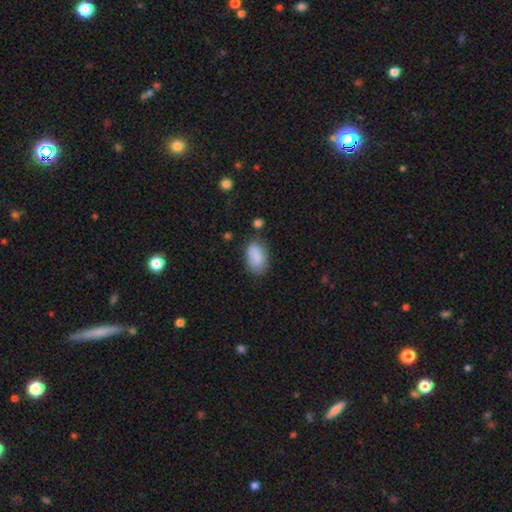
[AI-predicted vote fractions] smooth 85%, star or artifact 7%, featured or disk 7%. Down the decision tree: how rounded — in between (91%); merging — none (68%).